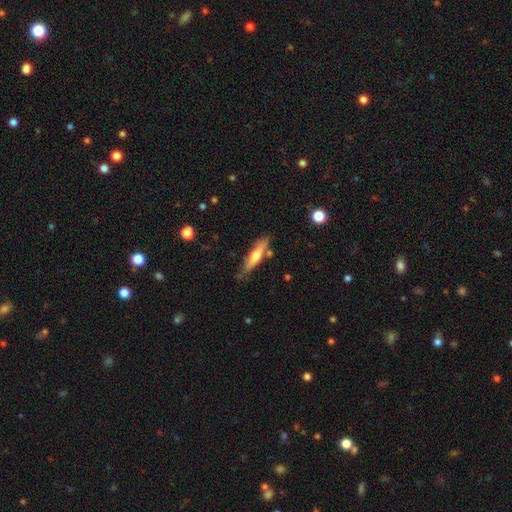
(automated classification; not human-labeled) Smooth or featured? smooth (52%)
How rounded? cigar-shaped (79%)
Merging? none (74%)